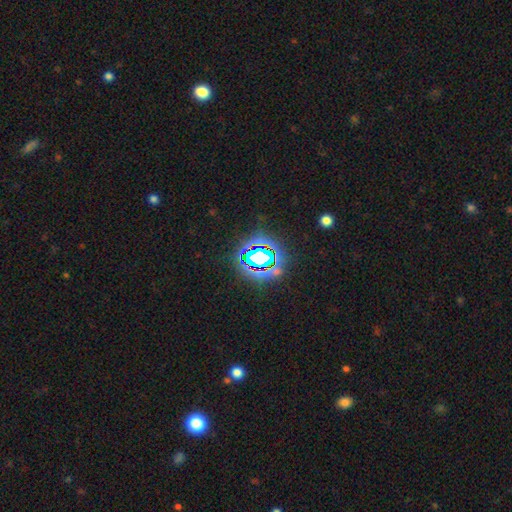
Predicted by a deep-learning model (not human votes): Smooth or featured? star or artifact (70%)